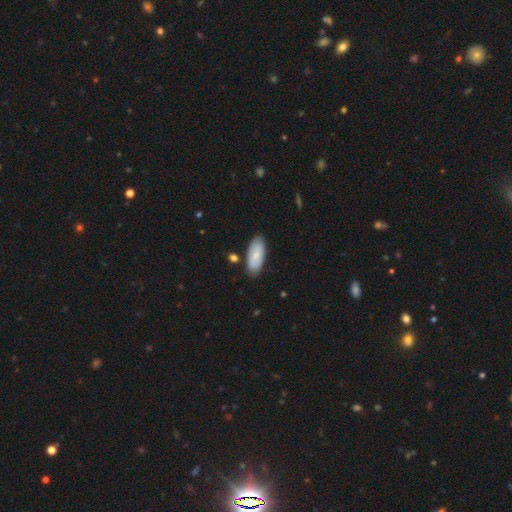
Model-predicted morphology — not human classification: A smooth galaxy with no disk features (74%) that is in between round and cigar-shaped (89%).

Vote fractions:
- Smooth or featured? smooth: 74% / featured or disk: 20% / star or artifact: 6%
- How rounded? in between: 89% / cigar-shaped: 10% / round: 2%
- Merging? none: 81% / minor disturbance: 13% / merger: 3% / major disturbance: 2%